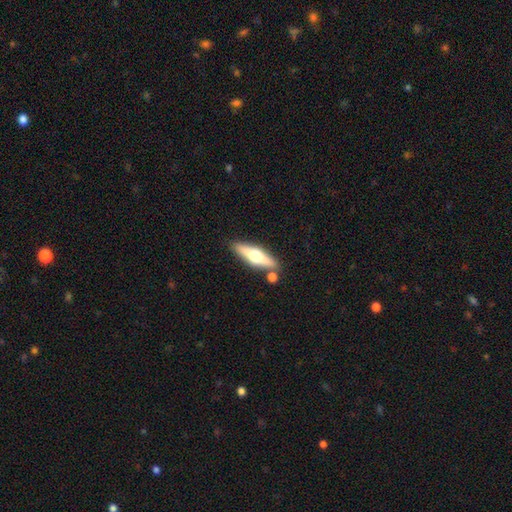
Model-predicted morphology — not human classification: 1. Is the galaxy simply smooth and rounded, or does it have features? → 54% featured or disk, 40% smooth, 6% star or artifact.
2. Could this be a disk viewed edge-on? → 92% yes, 8% no.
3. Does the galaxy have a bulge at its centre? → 95% rounded, 3% boxy, 2% none.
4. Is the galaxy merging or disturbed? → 80% none, 10% minor disturbance, 8% merger, 2% major disturbance.